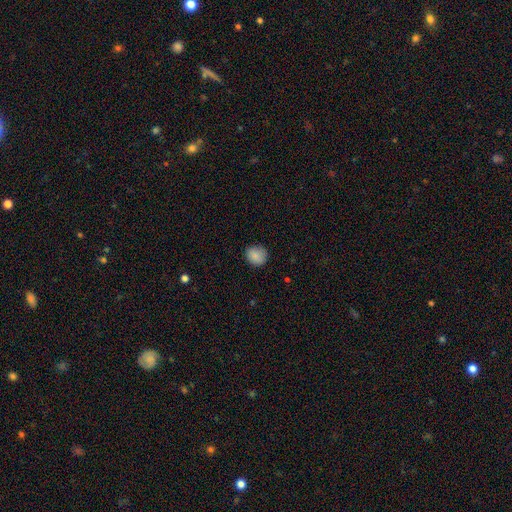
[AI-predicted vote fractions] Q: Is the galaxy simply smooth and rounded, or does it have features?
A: smooth — 87%.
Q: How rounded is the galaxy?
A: round — 76%.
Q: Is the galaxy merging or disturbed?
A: none — 84%.